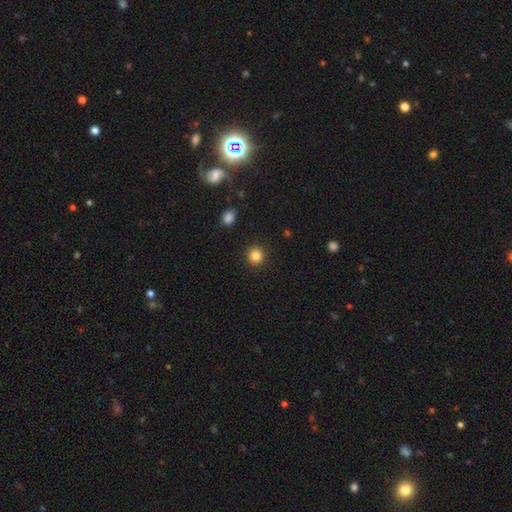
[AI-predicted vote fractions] smooth 85%, star or artifact 11%, featured or disk 4%. Down the decision tree: how rounded — round (92%); merging — none (92%).